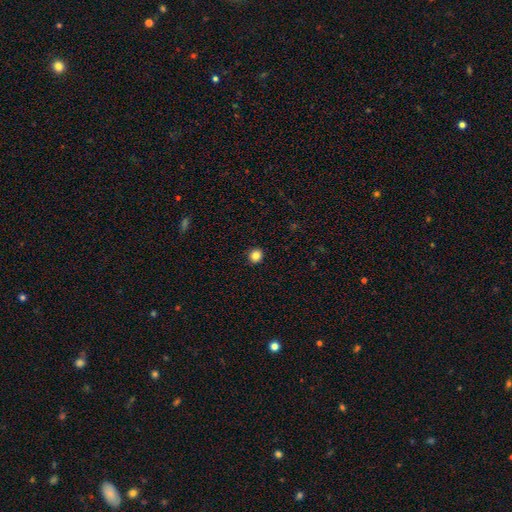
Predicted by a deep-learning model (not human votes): A smooth galaxy with no disk features (84%) that is round (85%).

Vote fractions:
- Smooth or featured? smooth: 84% / star or artifact: 11% / featured or disk: 5%
- How rounded? round: 85% / in between: 14% / cigar-shaped: 1%
- Merging? none: 92% / minor disturbance: 5% / major disturbance: 2% / merger: 1%